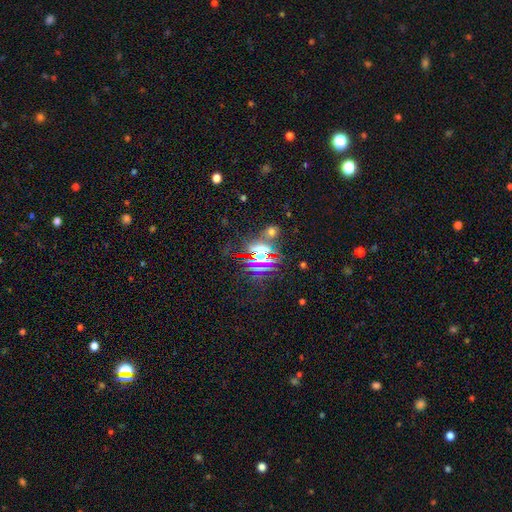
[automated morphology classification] Smooth or featured?
  - star or artifact: 75% *
  - smooth: 15%
  - featured or disk: 10%